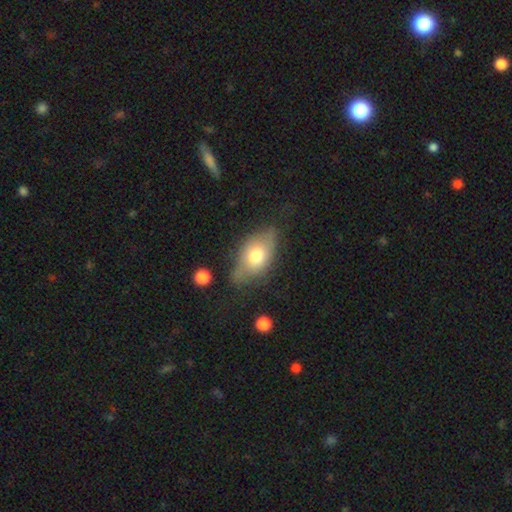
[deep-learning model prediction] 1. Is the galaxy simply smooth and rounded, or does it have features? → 64% smooth, 28% featured or disk, 8% star or artifact.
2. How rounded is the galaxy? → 85% in between, 11% round, 4% cigar-shaped.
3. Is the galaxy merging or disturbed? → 54% none, 30% minor disturbance, 12% major disturbance, 3% merger.